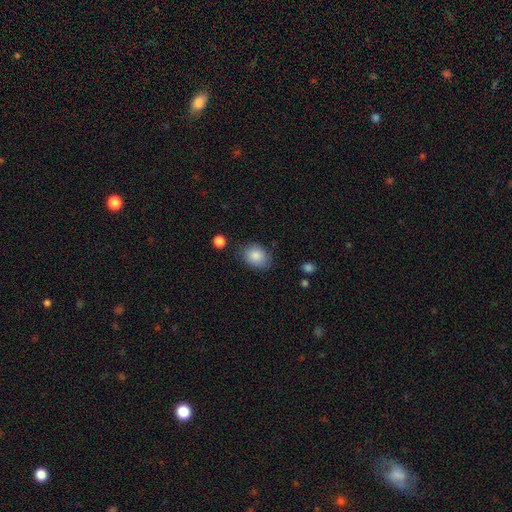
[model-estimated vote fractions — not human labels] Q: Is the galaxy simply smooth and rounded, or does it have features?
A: smooth — 86%.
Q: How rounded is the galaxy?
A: in between — 62%.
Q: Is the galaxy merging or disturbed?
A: none — 77%.